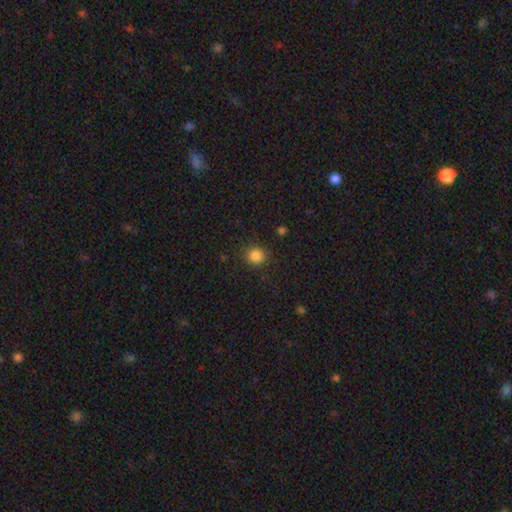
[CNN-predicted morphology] smooth_or_featured: smooth (p=0.85) [alt: star or artifact p=0.11]
how_rounded: round (p=0.85) [alt: in between p=0.14]
merging: none (p=0.88) [alt: minor disturbance p=0.08]